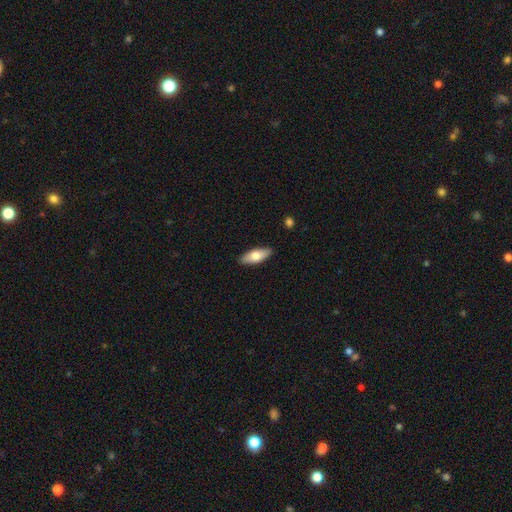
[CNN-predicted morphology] type=smooth (69%); roundness=in between (72%); merging=none (89%).